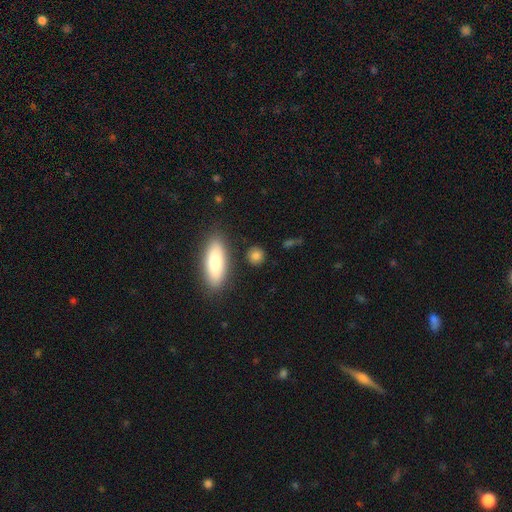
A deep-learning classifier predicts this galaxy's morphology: Smooth or featured? Predicted: smooth (p=0.84). How rounded? Predicted: round (p=0.61). Merging? Predicted: none (p=0.83).